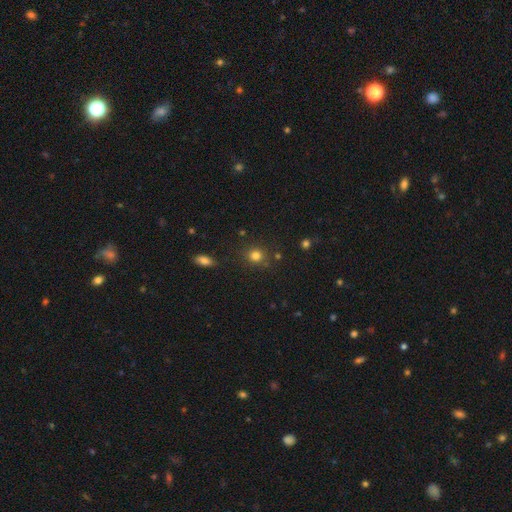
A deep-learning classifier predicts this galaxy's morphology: This is clearly a smooth galaxy (80%). How rounded: clearly round (82%). Merging: clearly none (80%).